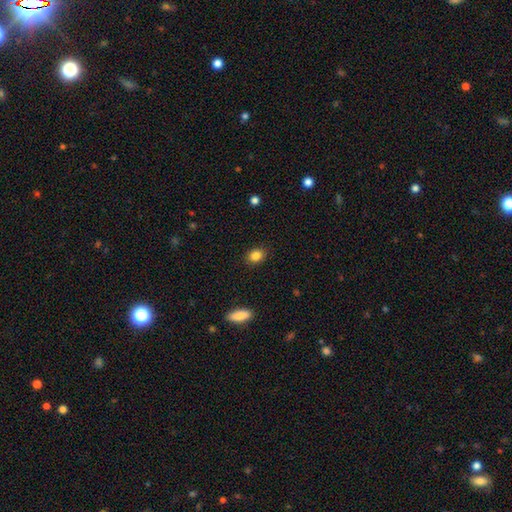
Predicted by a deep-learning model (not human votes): Smooth or featured: smooth — 86% (star or artifact — 9%)
How rounded: in between — 56% (round — 43%)
Merging: none — 88% (minor disturbance — 8%)